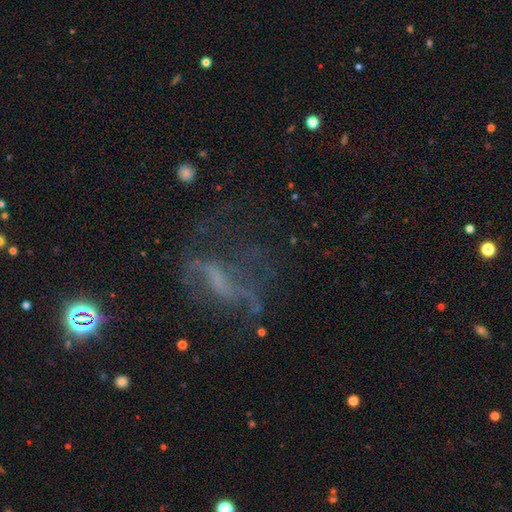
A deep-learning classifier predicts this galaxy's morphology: featured or disk 49%, star or artifact 31%, smooth 20%. Down the decision tree: merging — none (44%).